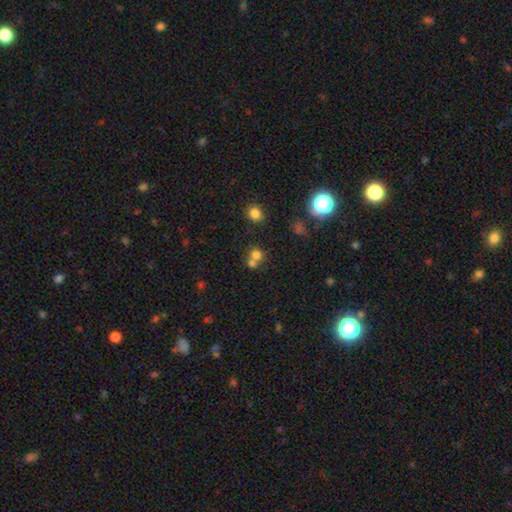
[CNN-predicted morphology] The model was most divided on "merging": merger: 55%, none: 35%, minor disturbance: 6%, major disturbance: 3%. More confident: how rounded — round (77%); smooth or featured — smooth (69%).